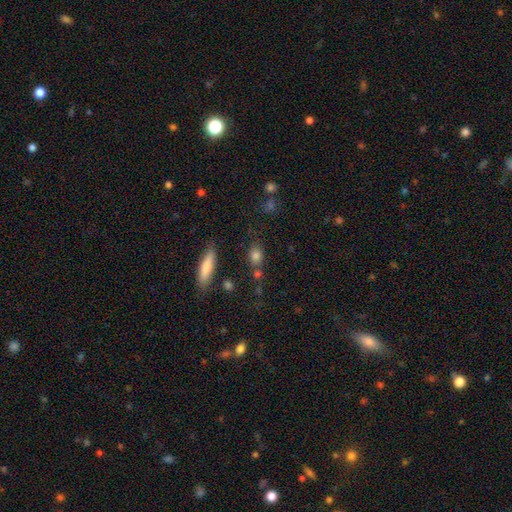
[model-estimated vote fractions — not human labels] smooth-or-featured: smooth: 80% | star or artifact: 11% | featured or disk: 9%
  how-rounded: in between: 55% | round: 37% | cigar-shaped: 9%
  merging: none: 69% | minor disturbance: 14% | merger: 12% | major disturbance: 5%